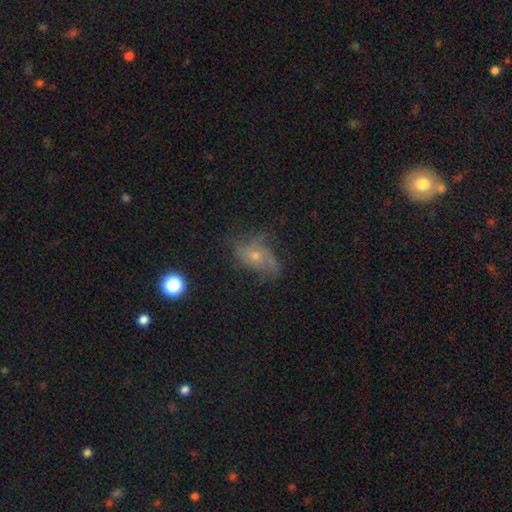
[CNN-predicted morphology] This appears to be a featured or disk galaxy (58%) with no bar (81%), spiral arms (78%) and a small central bulge (58%). Merging: none (49%).